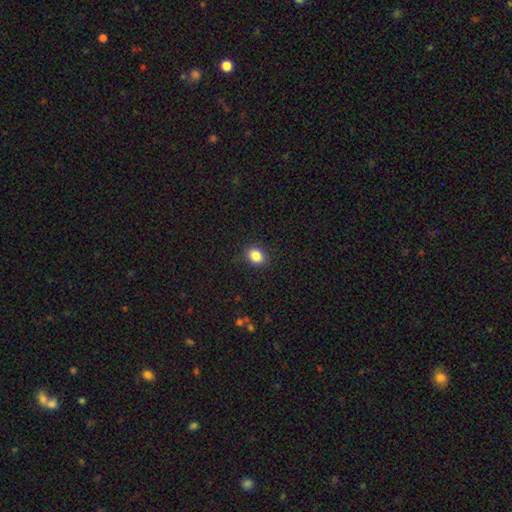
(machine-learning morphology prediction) Q: Smooth or featured?
A: smooth (86%); runner-up: star or artifact (9%)
Q: How rounded?
A: in between (65%); runner-up: round (34%)
Q: Merging?
A: none (89%); runner-up: minor disturbance (8%)